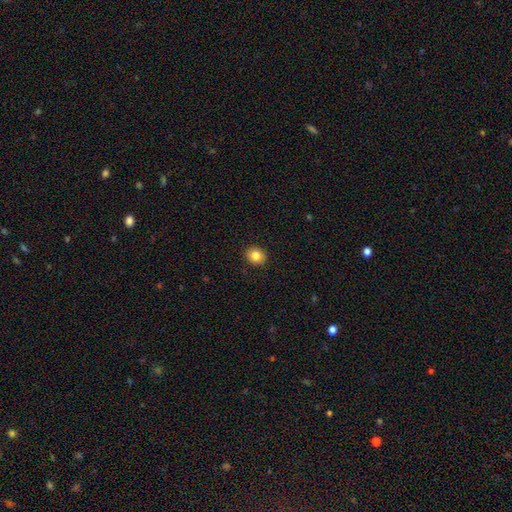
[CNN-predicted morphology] smooth_or_featured: smooth (p=0.84) [alt: star or artifact p=0.10]
how_rounded: round (p=0.72) [alt: in between p=0.27]
merging: none (p=0.91) [alt: minor disturbance p=0.06]